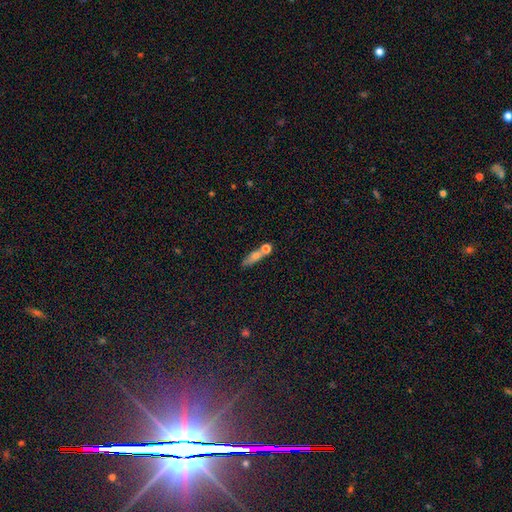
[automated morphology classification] Smooth or featured? smooth (62%)
How rounded? cigar-shaped (54%)
Merging? none (46%)